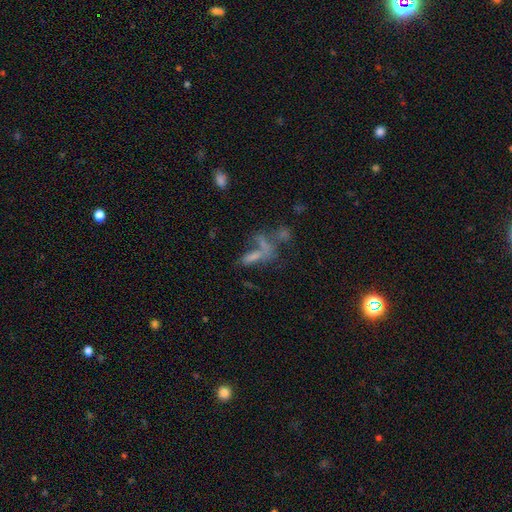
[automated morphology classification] type=smooth (52%); roundness=in between (51%); merging=merger (43%).